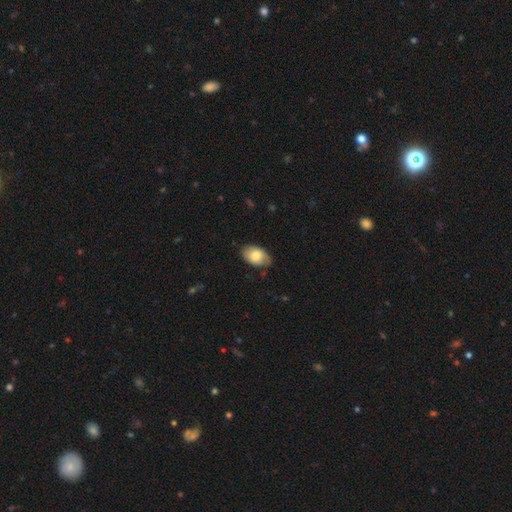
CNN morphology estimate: This appears to be a smooth galaxy with no disk features (73%) that is in between round and cigar-shaped (90%). Merging: none (73%).